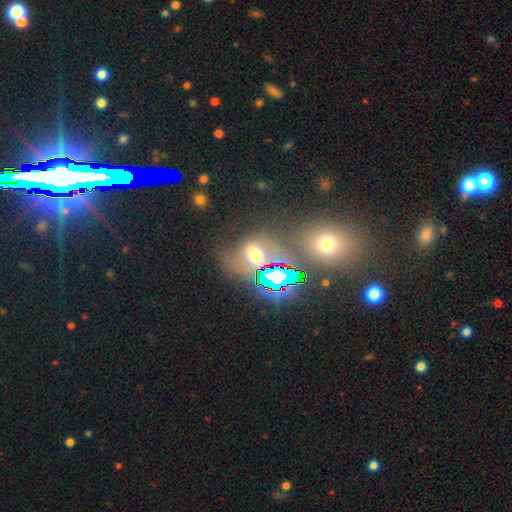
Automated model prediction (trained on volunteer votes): The model was most divided on "smooth or featured": smooth: 37%, star or artifact: 33%, featured or disk: 29%. Remaining: merging — none (48%).